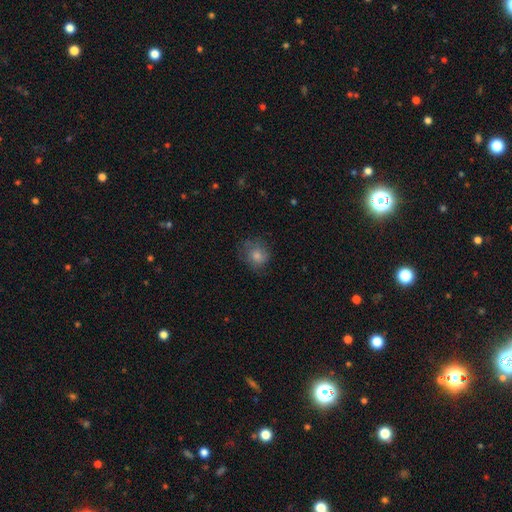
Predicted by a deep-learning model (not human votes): Smooth or featured?
  - smooth: 61% *
  - featured or disk: 21%
  - star or artifact: 17%
How rounded?
  - round: 78% *
  - in between: 21%
  - cigar-shaped: 1%
Merging?
  - none: 73% *
  - minor disturbance: 18%
  - major disturbance: 8%
  - merger: 1%